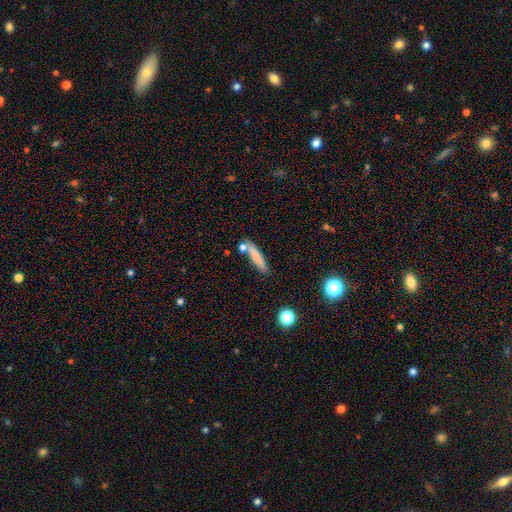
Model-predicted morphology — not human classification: This appears to be a smooth galaxy with no disk features (78%) that is cigar-shaped (85%). Merging: none (72%).